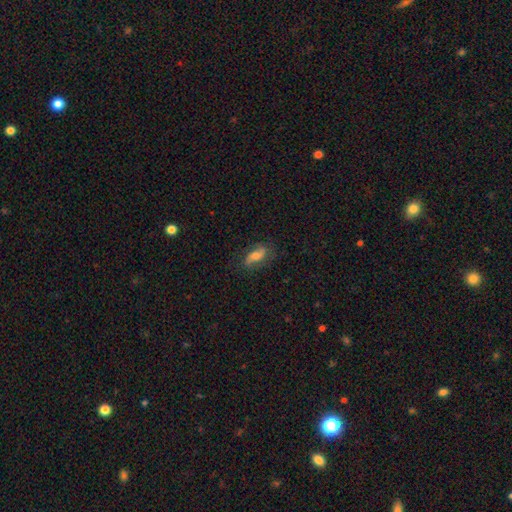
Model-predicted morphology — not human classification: featured or disk 47%, smooth 44%, star or artifact 9%. Down the decision tree: merging — none (73%).